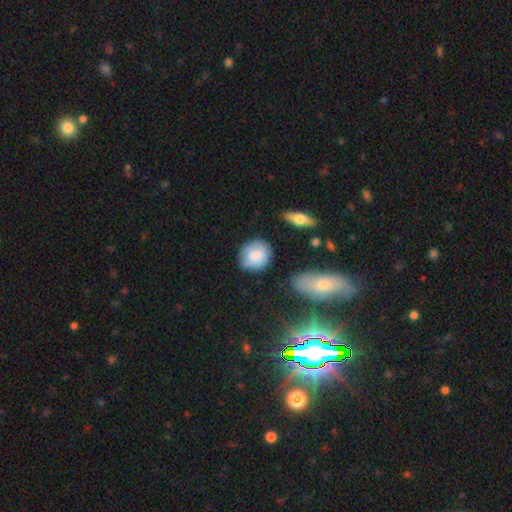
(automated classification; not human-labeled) This is likely a smooth galaxy (79%). How rounded: likely round (80%). Merging: likely none (77%).